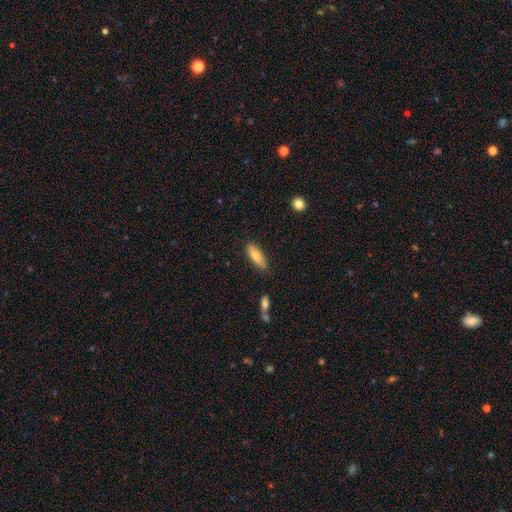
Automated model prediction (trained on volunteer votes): smooth 71%, featured or disk 23%, star or artifact 6%. Down the decision tree: how rounded — in between (53%); merging — none (83%).